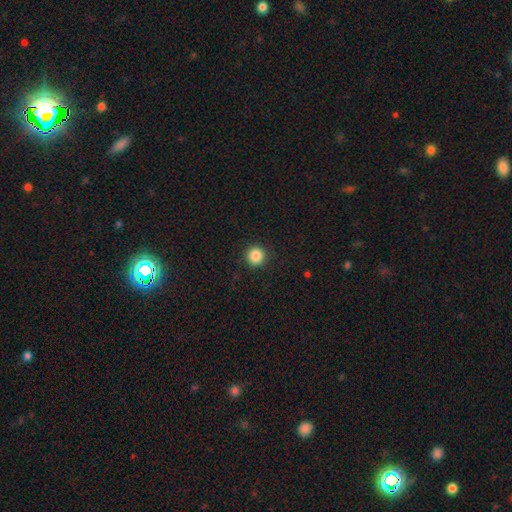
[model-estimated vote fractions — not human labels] The model was most divided on "smooth or featured": smooth: 87%, star or artifact: 10%, featured or disk: 4%. More confident: how rounded — round (95%); merging — none (92%).